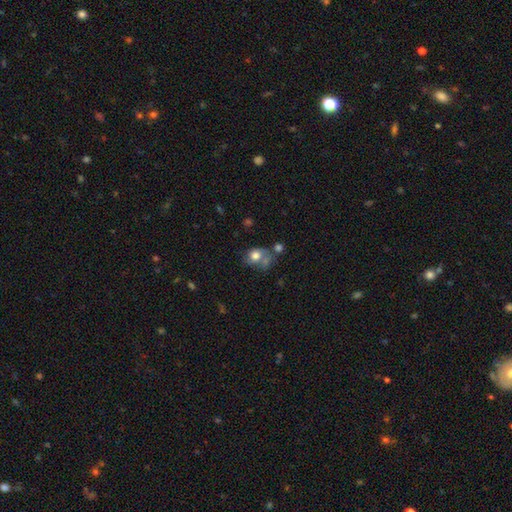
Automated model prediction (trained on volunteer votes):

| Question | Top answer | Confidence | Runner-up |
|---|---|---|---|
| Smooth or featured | smooth | 71% | featured or disk (18%) |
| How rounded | round | 52% | in between (47%) |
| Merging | none | 33% | merger (31%) |